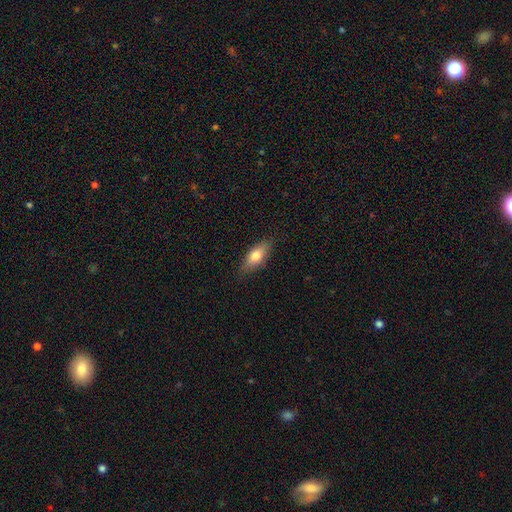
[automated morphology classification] Smooth or featured?
  - smooth: 71% *
  - featured or disk: 22%
  - star or artifact: 7%
How rounded?
  - in between: 73% *
  - cigar-shaped: 23%
  - round: 4%
Merging?
  - none: 84% *
  - minor disturbance: 13%
  - major disturbance: 2%
  - merger: 1%